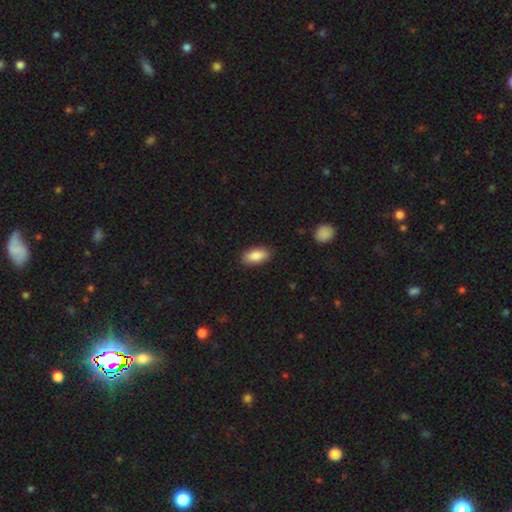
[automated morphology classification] This appears to be a smooth galaxy with no disk features (87%) that is in between round and cigar-shaped (91%). Merging: none (87%).